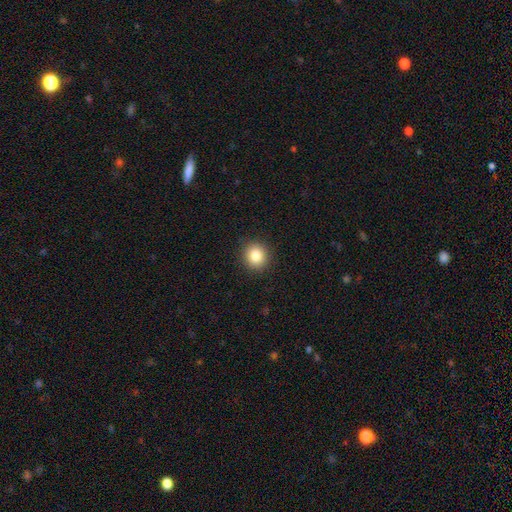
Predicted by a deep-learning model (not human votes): This appears to be a smooth galaxy with no disk features (84%) that is round (88%). Merging: none (91%).